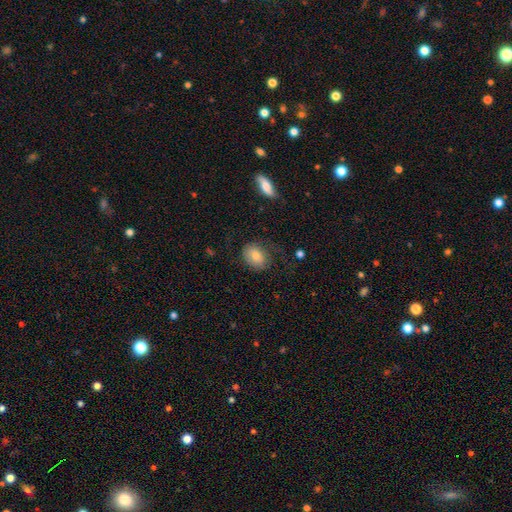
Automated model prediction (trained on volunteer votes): Smooth or featured?
  - smooth: 73% *
  - featured or disk: 18%
  - star or artifact: 8%
How rounded?
  - in between: 69% *
  - round: 30%
  - cigar-shaped: 1%
Merging?
  - none: 61% *
  - minor disturbance: 21%
  - major disturbance: 16%
  - merger: 2%